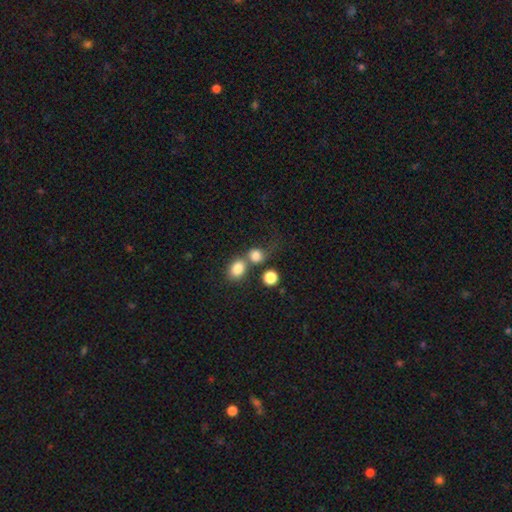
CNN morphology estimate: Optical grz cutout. It shows a smooth galaxy with no disk features (82%) that is round (65%). Merging: merger (43%).